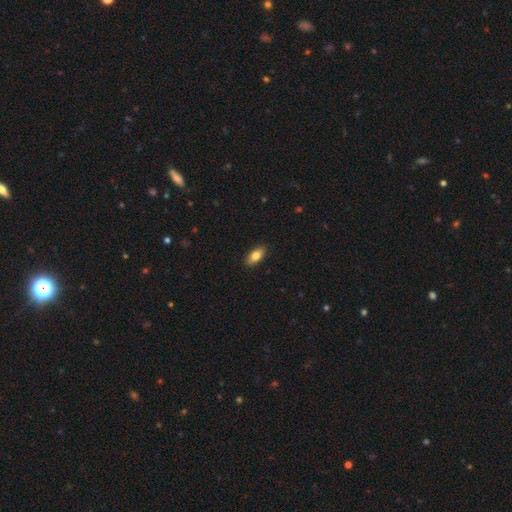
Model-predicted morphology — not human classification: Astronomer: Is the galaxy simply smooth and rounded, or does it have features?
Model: smooth — 79%.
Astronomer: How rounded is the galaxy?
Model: in between — 85%.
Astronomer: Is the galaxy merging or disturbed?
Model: none — 89%.